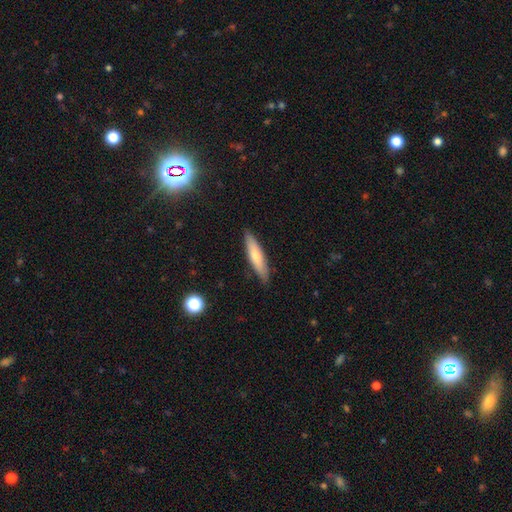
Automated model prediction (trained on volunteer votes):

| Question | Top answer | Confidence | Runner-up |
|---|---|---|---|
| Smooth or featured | smooth | 68% | featured or disk (26%) |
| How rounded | cigar-shaped | 80% | in between (18%) |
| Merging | none | 87% | minor disturbance (10%) |